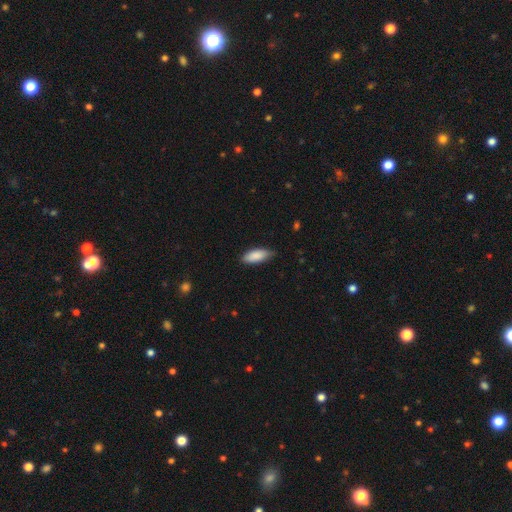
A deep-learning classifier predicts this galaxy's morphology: Smooth or featured? smooth (88%)
How rounded? in between (77%)
Merging? none (80%)